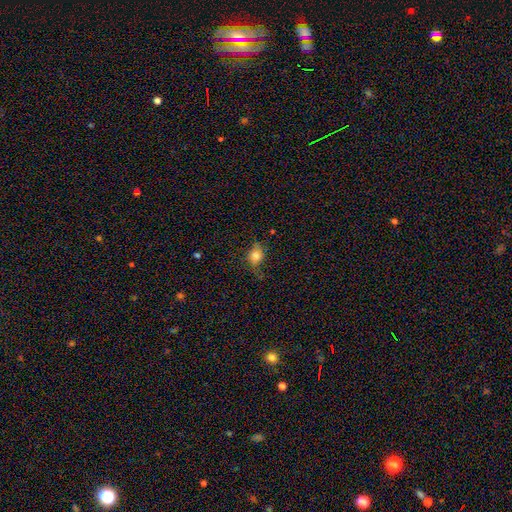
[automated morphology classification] This appears to be a smooth galaxy with no disk features (77%) that is in between round and cigar-shaped (57%). Merging: none (63%).